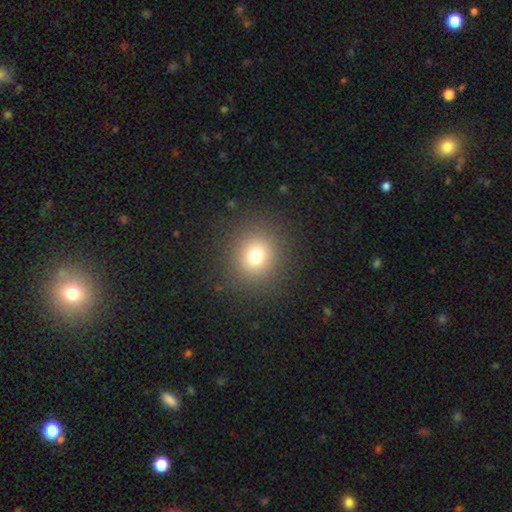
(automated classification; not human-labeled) The model was most divided on "smooth or featured": smooth: 74%, star or artifact: 17%, featured or disk: 9%. More confident: how rounded — round (90%); merging — none (89%).